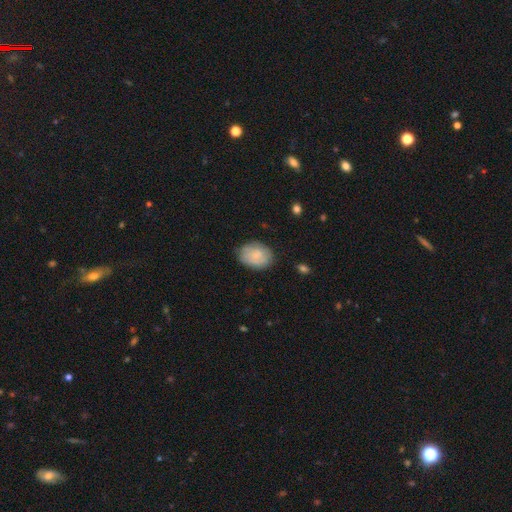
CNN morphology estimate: Overall: smooth (76%). How rounded: in between (73%). Merging: none (76%).